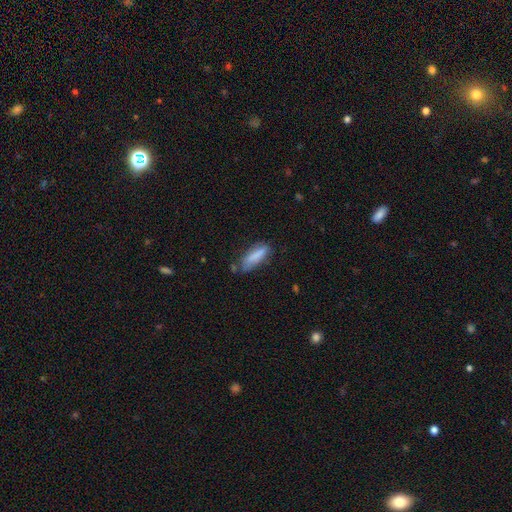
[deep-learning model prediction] Smooth or featured? Predicted: smooth (p=0.80). How rounded? Predicted: cigar-shaped (p=0.54). Merging? Predicted: none (p=0.58).